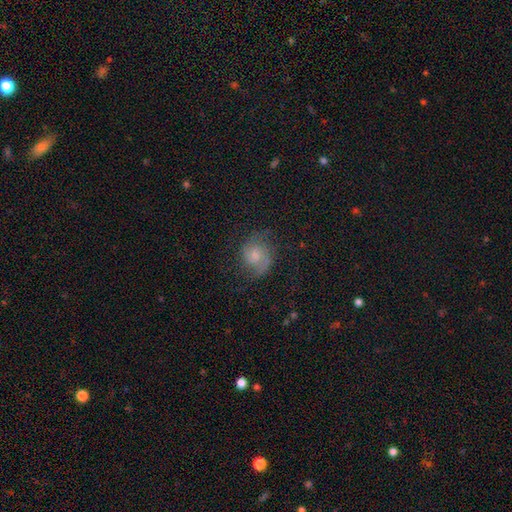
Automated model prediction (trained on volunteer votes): Smooth or featured?
  - featured or disk: 55% *
  - smooth: 35%
  - star or artifact: 10%
Edge-on disk?
  - no: 97% *
  - yes: 3%
Bar?
  - no: 69% *
  - weak: 27%
  - strong: 4%
Spiral arms?
  - yes: 87% *
  - no: 13%
Bulge size?
  - moderate: 45% *
  - small: 38%
  - none: 8%
  - large: 7%
  - dominant: 2%
Merging?
  - none: 63% *
  - minor disturbance: 21%
  - major disturbance: 14%
  - merger: 2%